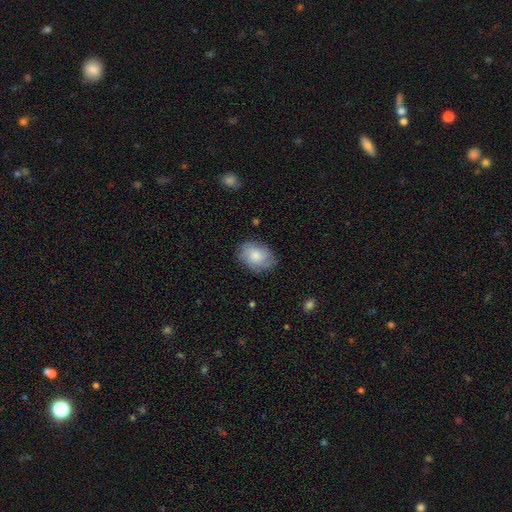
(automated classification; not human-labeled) This appears to be a smooth galaxy with no disk features (64%) that is in between round and cigar-shaped (70%). Merging: none (76%).